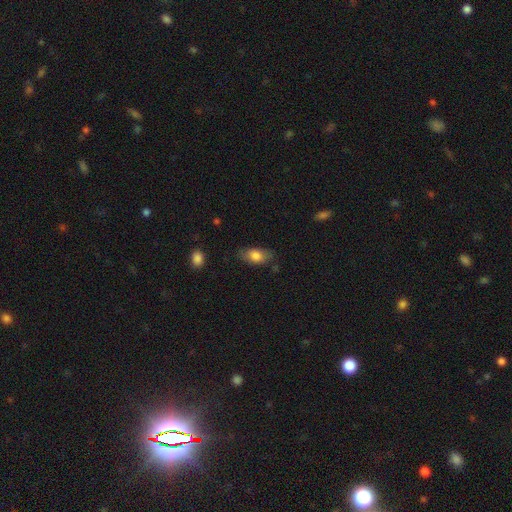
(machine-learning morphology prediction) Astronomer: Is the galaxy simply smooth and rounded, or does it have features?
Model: smooth — 78%.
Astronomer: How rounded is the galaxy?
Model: in between — 89%.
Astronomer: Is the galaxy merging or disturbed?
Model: none — 73%.